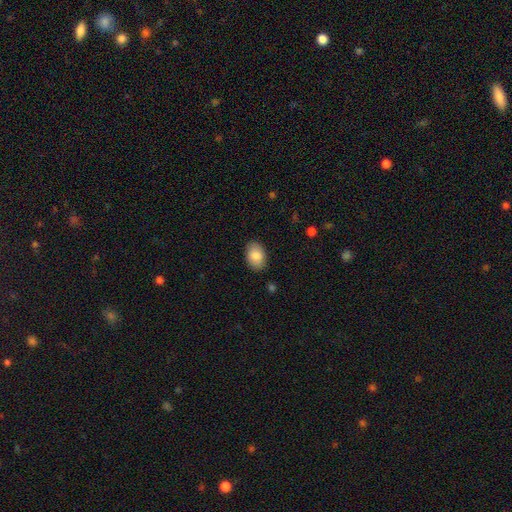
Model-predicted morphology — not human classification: The model was most divided on "how rounded": in between: 86%, round: 13%, cigar-shaped: 1%. More confident: merging — none (87%); smooth or featured — smooth (87%).